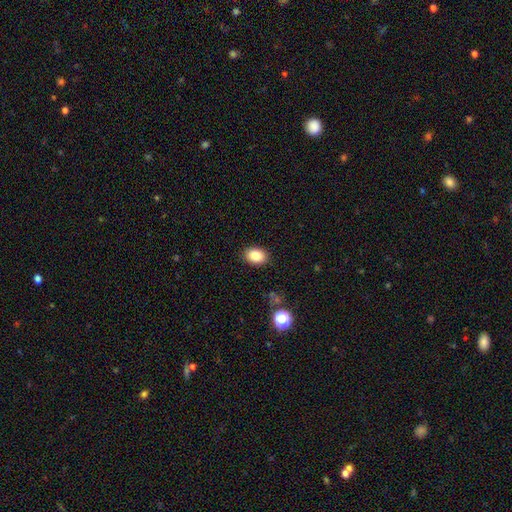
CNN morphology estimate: Smooth or featured: smooth — 87% (star or artifact — 9%)
How rounded: in between — 79% (round — 20%)
Merging: none — 88% (minor disturbance — 9%)